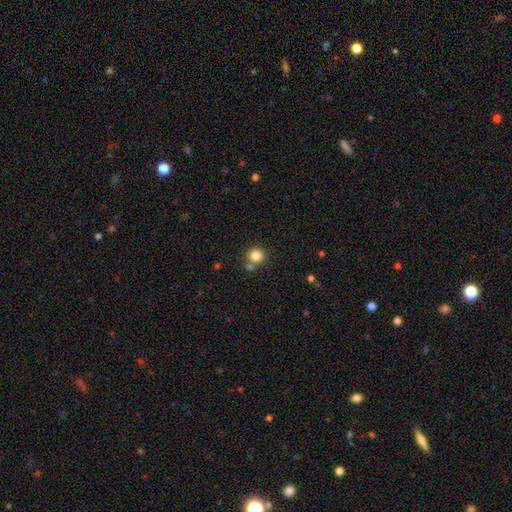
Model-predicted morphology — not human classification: Overall: smooth (82%). How rounded: round (92%). Merging: none (72%).